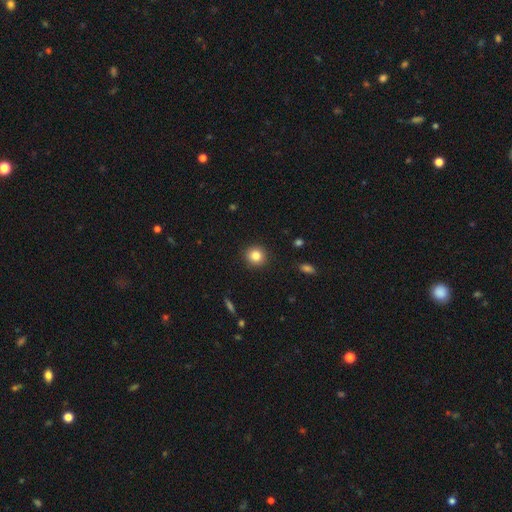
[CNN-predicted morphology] type=smooth (83%); roundness=round (92%); merging=none (92%).